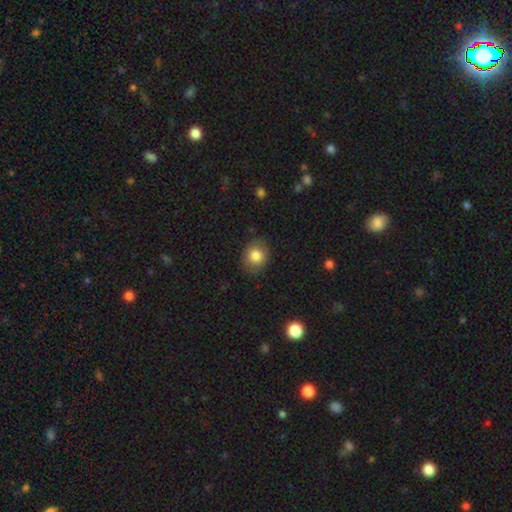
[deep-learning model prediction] A smooth galaxy with no disk features (83%) that is round (62%). Merging: none (83%).